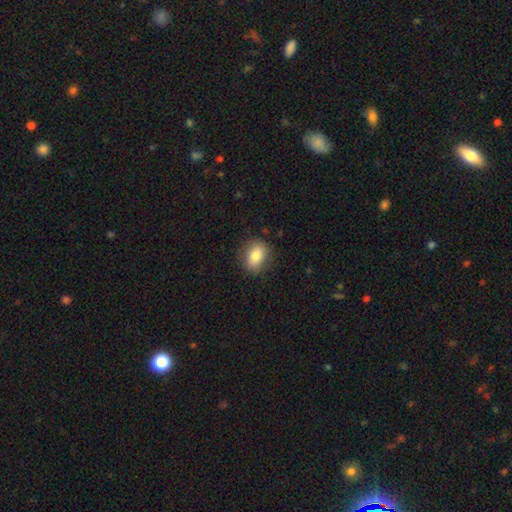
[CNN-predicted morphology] Q: Smooth or featured?
A: smooth (80%); runner-up: featured or disk (11%)
Q: How rounded?
A: in between (58%); runner-up: round (40%)
Q: Merging?
A: none (84%); runner-up: minor disturbance (11%)